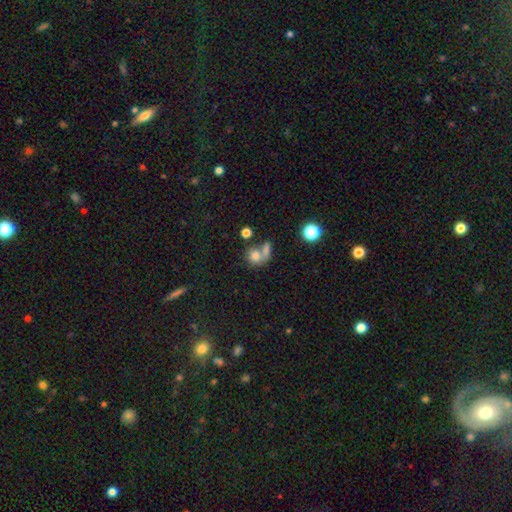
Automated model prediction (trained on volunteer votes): Overall: smooth (75%). How rounded: round (74%). Merging: merger (46%; none 37%).